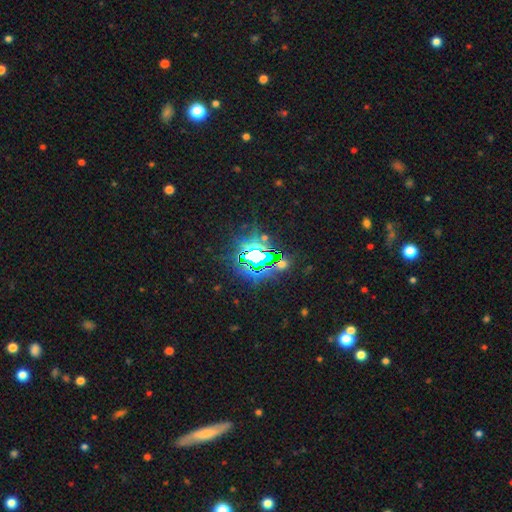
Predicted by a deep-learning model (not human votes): A star or artifact, not a galaxy (79%).